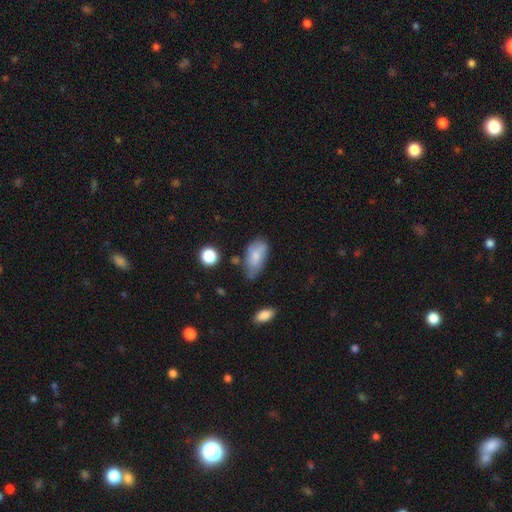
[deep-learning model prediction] A smooth galaxy with no disk features (76%) that is in between round and cigar-shaped (91%). Merging: none (46%).